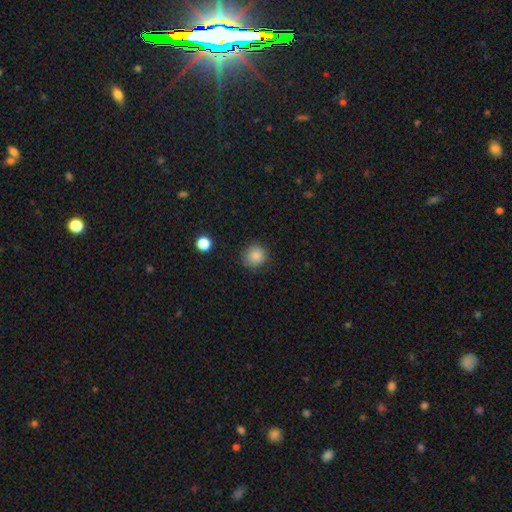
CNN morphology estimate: Smooth or featured: smooth — 85% (star or artifact — 10%)
How rounded: round — 92% (in between — 7%)
Merging: none — 85% (minor disturbance — 11%)